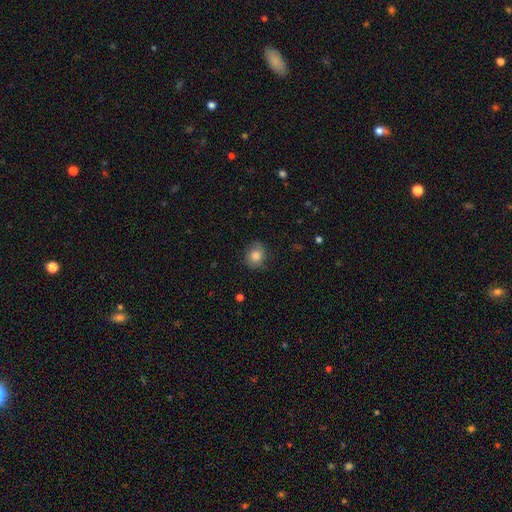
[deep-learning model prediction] Smooth or featured?
  - smooth: 79% *
  - featured or disk: 12%
  - star or artifact: 9%
How rounded?
  - round: 63% *
  - in between: 36%
  - cigar-shaped: 1%
Merging?
  - none: 77% *
  - minor disturbance: 18%
  - major disturbance: 4%
  - merger: 1%